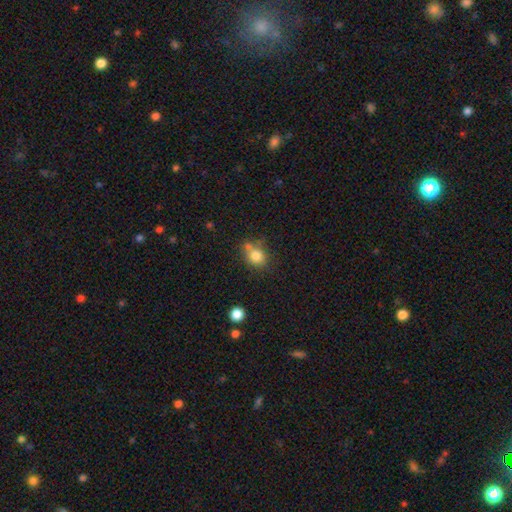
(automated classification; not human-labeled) smooth-or-featured: smooth: 80% | star or artifact: 11% | featured or disk: 9%
  how-rounded: round: 63% | in between: 36% | cigar-shaped: 1%
  merging: none: 55% | minor disturbance: 20% | merger: 19% | major disturbance: 6%